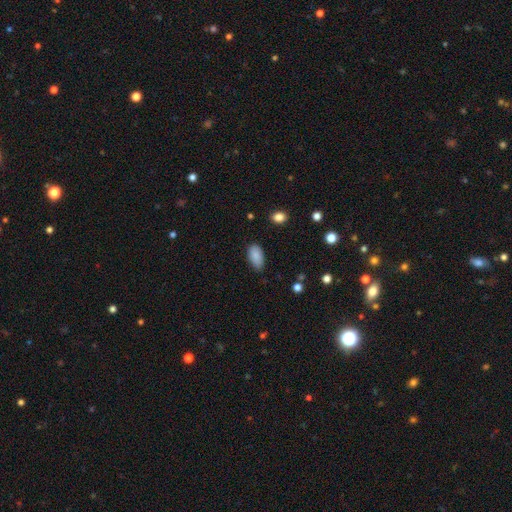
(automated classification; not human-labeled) Q: Smooth or featured?
A: smooth (88%); runner-up: star or artifact (7%)
Q: How rounded?
A: in between (94%); runner-up: cigar-shaped (3%)
Q: Merging?
A: none (76%); runner-up: minor disturbance (19%)